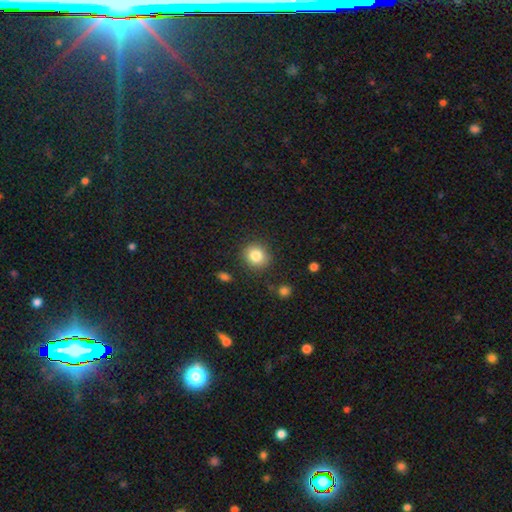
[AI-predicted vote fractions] Smooth or featured?
  - smooth: 83% *
  - star or artifact: 10%
  - featured or disk: 7%
How rounded?
  - round: 81% *
  - in between: 18%
  - cigar-shaped: 1%
Merging?
  - none: 87% *
  - minor disturbance: 8%
  - major disturbance: 3%
  - merger: 2%